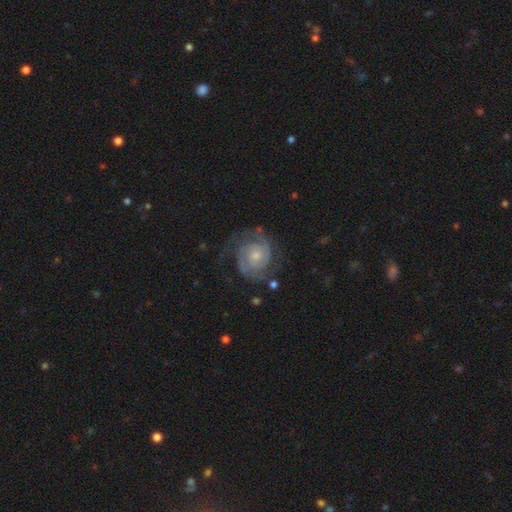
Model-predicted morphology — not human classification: Smooth or featured? Predicted: featured or disk (p=0.87). Edge-on disk? Predicted: no (p=0.98). Bar? Predicted: no (p=0.70). Spiral arms? Predicted: yes (p=0.97). Spiral winding? Predicted: tight (p=0.62). Spiral arm count? Predicted: 2 (p=0.77). Bulge size? Predicted: small (p=0.56). Merging? Predicted: none (p=0.70).